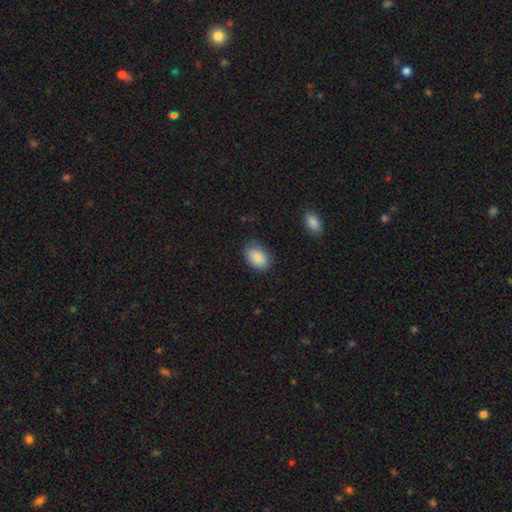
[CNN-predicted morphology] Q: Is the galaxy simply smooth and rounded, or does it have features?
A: smooth — 89%.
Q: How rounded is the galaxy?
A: in between — 87%.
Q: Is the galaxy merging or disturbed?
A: none — 78%.